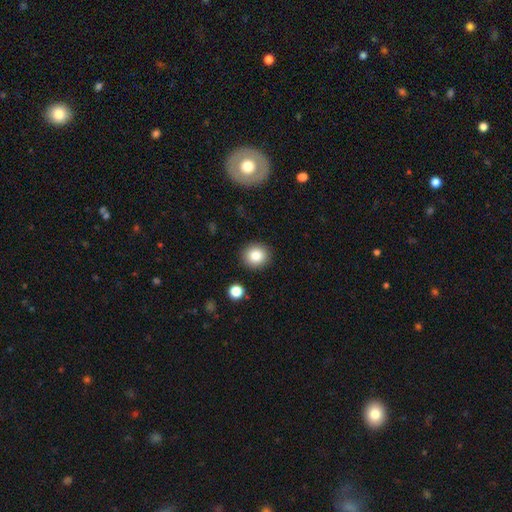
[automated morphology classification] Smooth or featured? smooth (84%)
How rounded? round (87%)
Merging? none (90%)